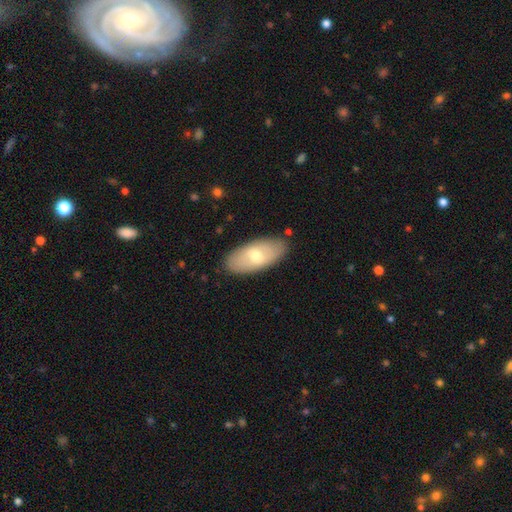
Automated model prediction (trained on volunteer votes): Q: Smooth or featured?
A: smooth (60%); runner-up: featured or disk (35%)
Q: How rounded?
A: in between (90%); runner-up: cigar-shaped (8%)
Q: Merging?
A: none (85%); runner-up: minor disturbance (11%)